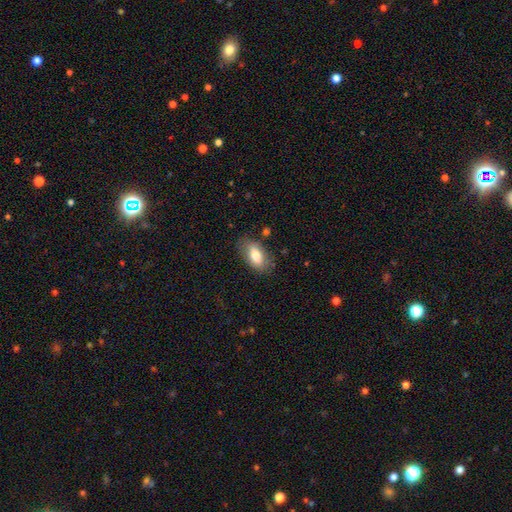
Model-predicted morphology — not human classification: type=smooth (74%); roundness=in between (90%); merging=none (76%).